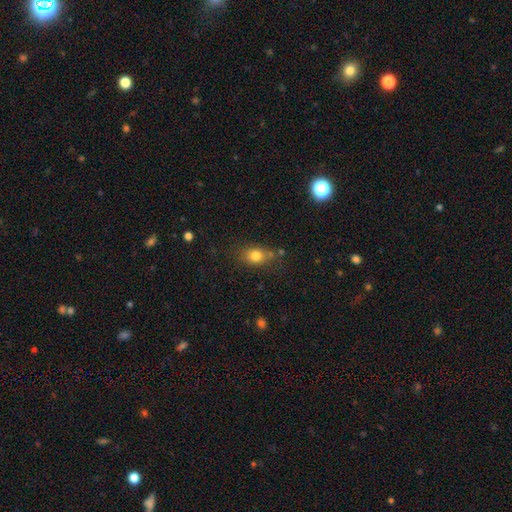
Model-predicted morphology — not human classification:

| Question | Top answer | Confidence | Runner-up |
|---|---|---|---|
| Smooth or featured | smooth | 79% | star or artifact (11%) |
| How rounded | in between | 60% | round (38%) |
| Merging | none | 67% | minor disturbance (19%) |